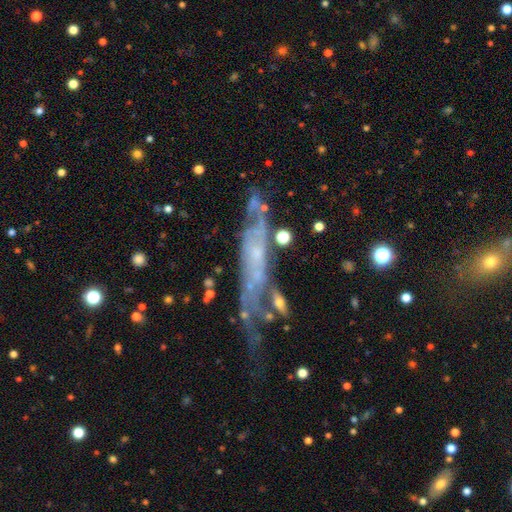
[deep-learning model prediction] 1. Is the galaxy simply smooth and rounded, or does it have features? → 70% featured or disk, 18% smooth, 12% star or artifact.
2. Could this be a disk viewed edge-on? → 57% no, 43% yes.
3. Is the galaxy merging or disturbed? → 47% none, 24% minor disturbance, 21% major disturbance, 8% merger.